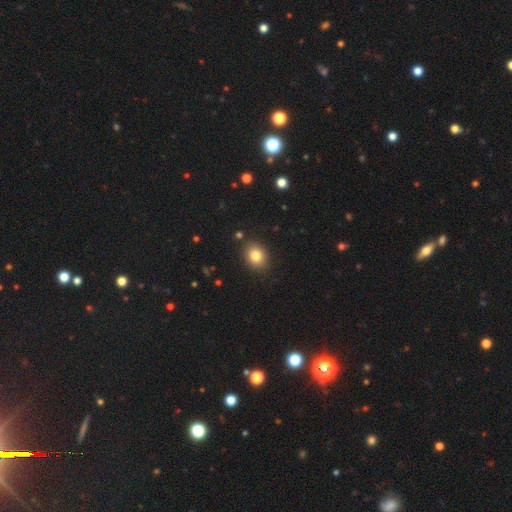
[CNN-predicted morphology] type=smooth (82%); roundness=in between (55%); merging=none (87%).